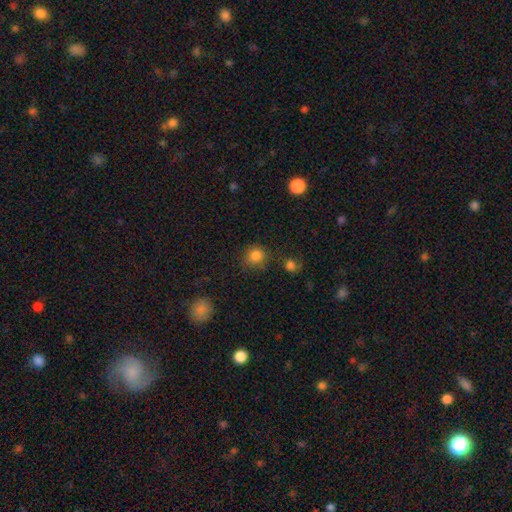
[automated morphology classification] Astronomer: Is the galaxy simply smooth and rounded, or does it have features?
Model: smooth — 83%.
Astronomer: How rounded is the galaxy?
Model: round — 87%.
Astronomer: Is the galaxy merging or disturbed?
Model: none — 77%.